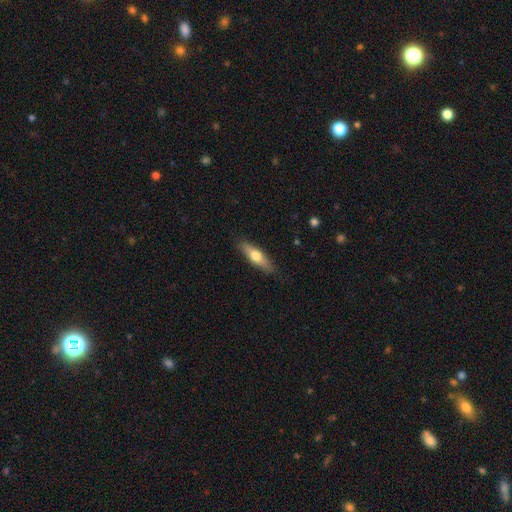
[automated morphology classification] A smooth galaxy with no disk features (54%) that is cigar-shaped (62%).

Vote fractions:
- Smooth or featured? smooth: 54% / featured or disk: 40% / star or artifact: 6%
- How rounded? cigar-shaped: 62% / in between: 35% / round: 3%
- Merging? none: 87% / minor disturbance: 10% / major disturbance: 2% / merger: 1%